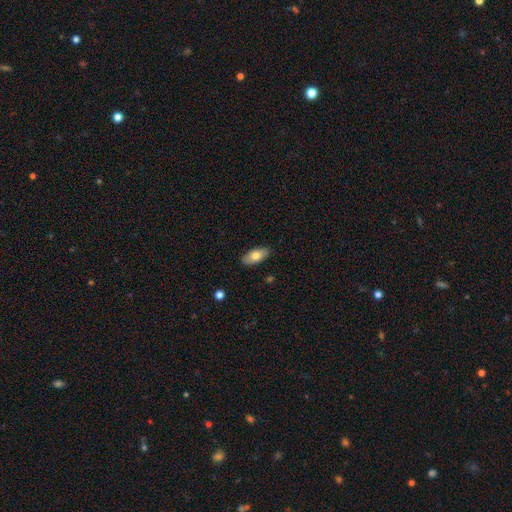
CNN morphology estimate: This is likely a smooth galaxy (74%). How rounded: clearly in between (90%). Merging: clearly none (88%).